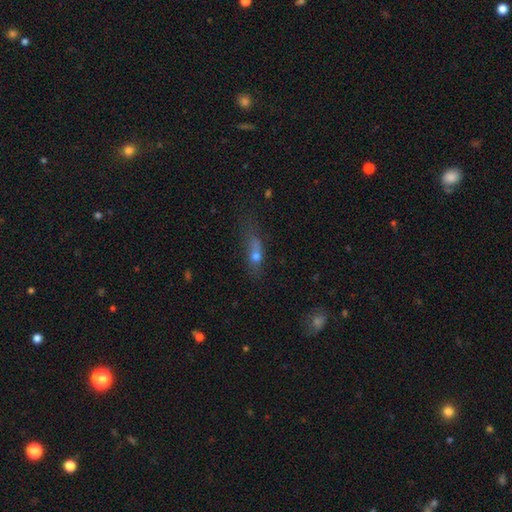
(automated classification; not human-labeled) A smooth galaxy with no disk features (54%) that is cigar-shaped (48%). Merging: none (44%).